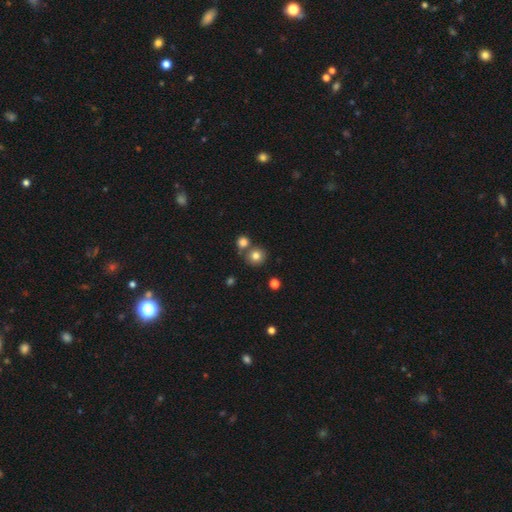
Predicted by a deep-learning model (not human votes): This appears to be a smooth galaxy with no disk features (80%) that is round (87%). Merging: none (68%).